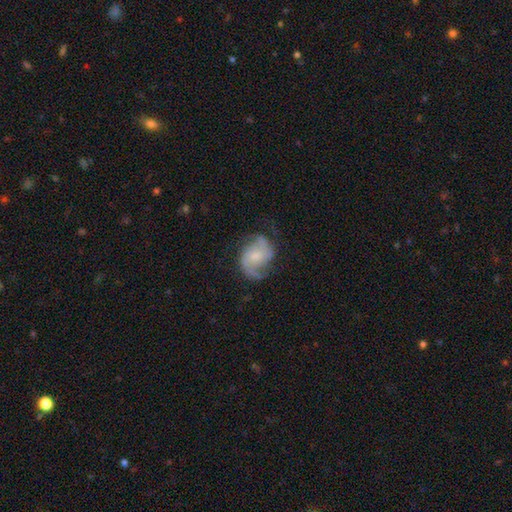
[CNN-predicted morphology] smooth_or_featured: featured or disk (p=0.78) [alt: smooth p=0.16]
disk_edge_on: no (p=0.98) [alt: yes p=0.02]
bar: no (p=0.60) [alt: weak p=0.34]
has_spiral_arms: yes (p=0.94) [alt: no p=0.06]
spiral_winding: medium (p=0.48) [alt: loose p=0.29]
spiral_arm_count: 2 (p=0.77) [alt: can't tell p=0.09]
bulge_size: small (p=0.46) [alt: moderate p=0.35]
merging: none (p=0.62) [alt: minor disturbance p=0.21]